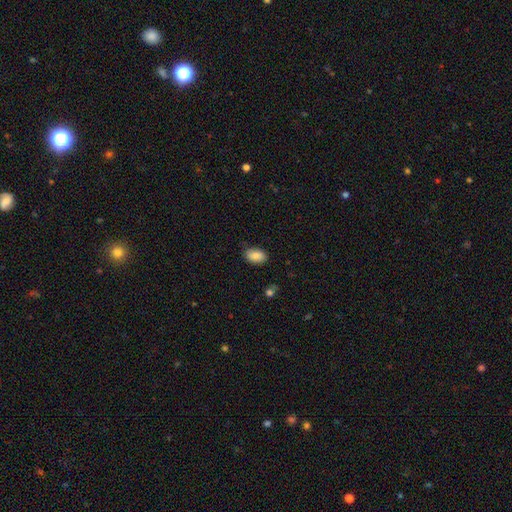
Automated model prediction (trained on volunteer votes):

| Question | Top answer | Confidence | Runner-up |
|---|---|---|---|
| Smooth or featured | smooth | 87% | star or artifact (7%) |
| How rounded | in between | 90% | round (8%) |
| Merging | none | 78% | minor disturbance (17%) |